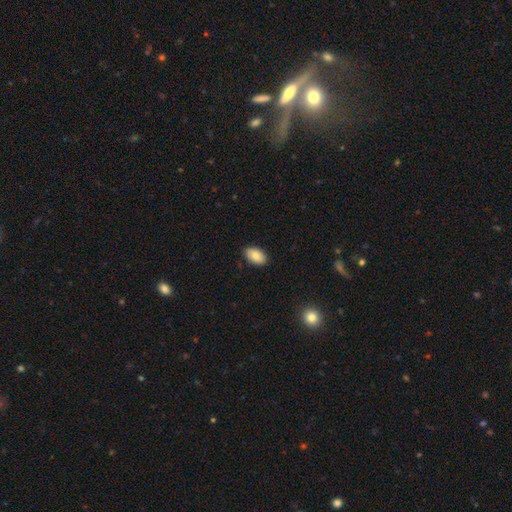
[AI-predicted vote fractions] Smooth or featured? Predicted: smooth (p=0.84). How rounded? Predicted: in between (p=0.94). Merging? Predicted: none (p=0.87).